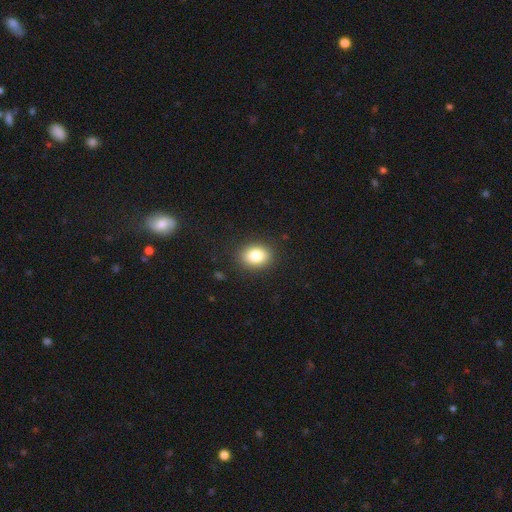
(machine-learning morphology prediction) smooth-or-featured: smooth: 84% | star or artifact: 9% | featured or disk: 7%
  how-rounded: in between: 58% | round: 41% | cigar-shaped: 1%
  merging: none: 89% | minor disturbance: 8% | major disturbance: 3% | merger: 1%